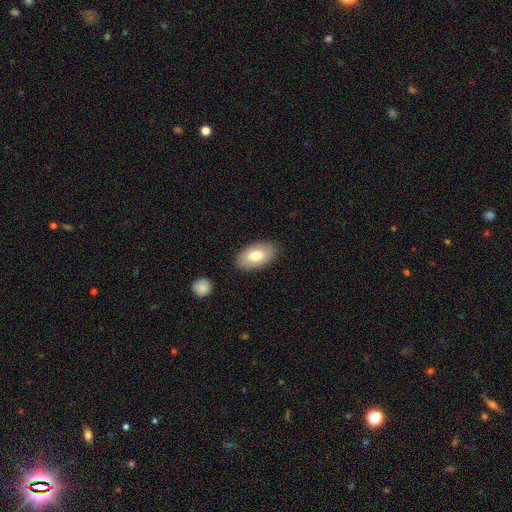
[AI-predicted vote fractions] Smooth or featured?
  - smooth: 74% *
  - featured or disk: 19%
  - star or artifact: 6%
How rounded?
  - in between: 94% *
  - round: 4%
  - cigar-shaped: 2%
Merging?
  - none: 86% *
  - minor disturbance: 10%
  - major disturbance: 2%
  - merger: 1%